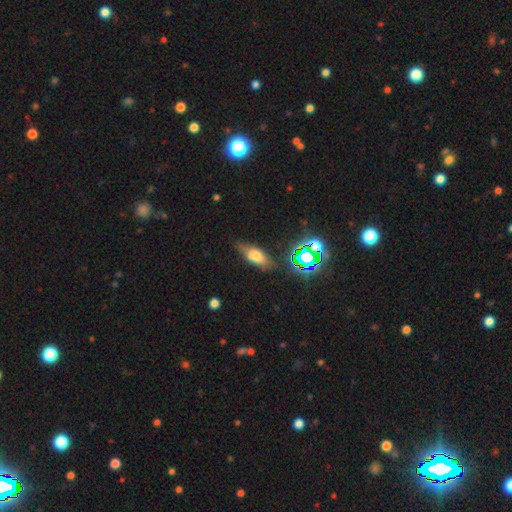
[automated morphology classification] This is possibly a smooth galaxy (56%). How rounded: likely in between (71%). Merging: likely none (66%).